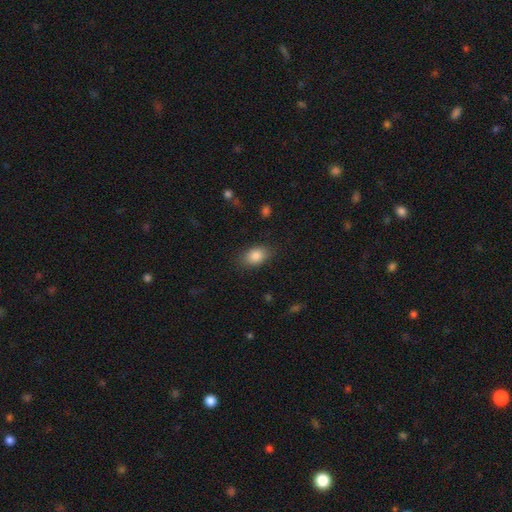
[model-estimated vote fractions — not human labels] smooth_or_featured: smooth (p=0.85) [alt: star or artifact p=0.08]
how_rounded: in between (p=0.81) [alt: round p=0.17]
merging: none (p=0.82) [alt: minor disturbance p=0.13]